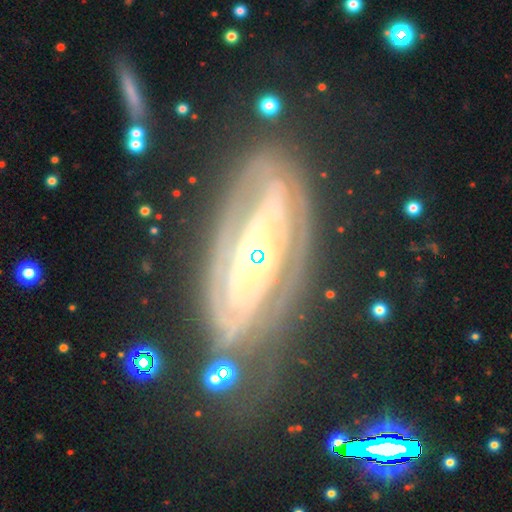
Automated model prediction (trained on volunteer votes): Smooth or featured? Predicted: featured or disk (p=0.83). Edge-on disk? Predicted: no (p=0.88). Bar? Predicted: no (p=0.62). Spiral arms? Predicted: yes (p=0.90). Spiral winding? Predicted: tight (p=0.73). Spiral arm count? Predicted: 2 (p=0.39). Bulge size? Predicted: small (p=0.51). Merging? Predicted: none (p=0.69).